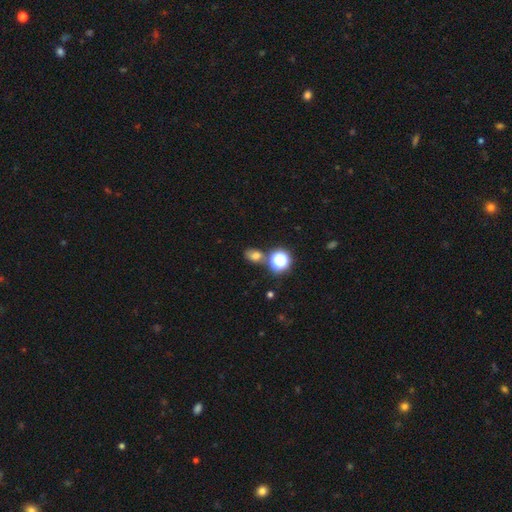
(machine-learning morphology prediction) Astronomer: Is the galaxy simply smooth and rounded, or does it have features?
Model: smooth — 65%.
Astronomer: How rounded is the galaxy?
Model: in between — 60% (runner-up: round, 39%).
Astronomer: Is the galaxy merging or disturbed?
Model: none — 65%.